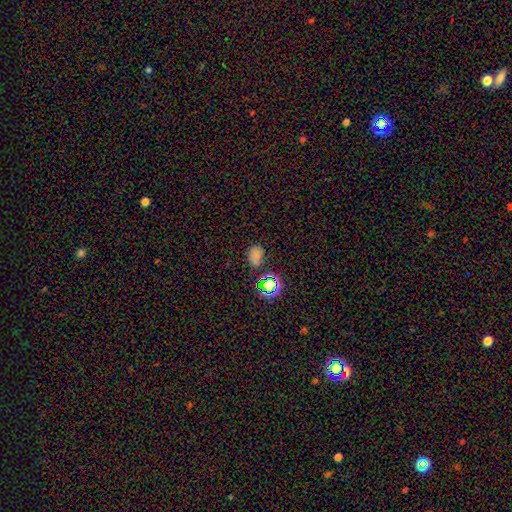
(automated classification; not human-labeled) Smooth or featured?
  - smooth: 66% *
  - star or artifact: 27%
  - featured or disk: 6%
How rounded?
  - in between: 67% *
  - round: 32%
  - cigar-shaped: 1%
Merging?
  - none: 76% *
  - minor disturbance: 15%
  - merger: 4%
  - major disturbance: 4%